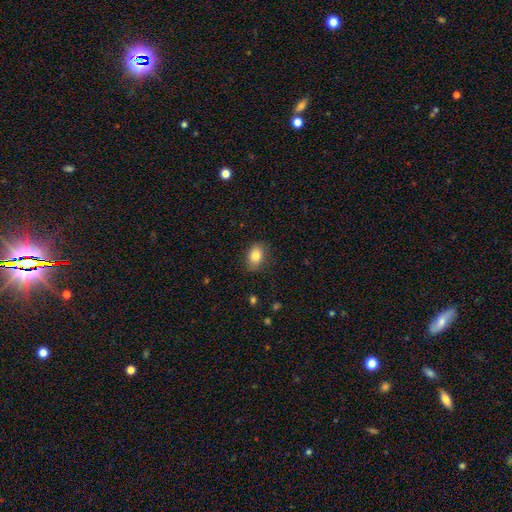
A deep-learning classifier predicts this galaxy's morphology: The model was most divided on "how rounded": in between: 76%, round: 22%, cigar-shaped: 1%. More confident: merging — none (84%); smooth or featured — smooth (83%).